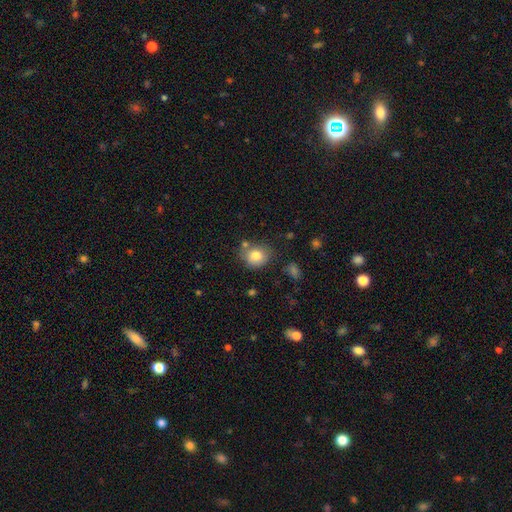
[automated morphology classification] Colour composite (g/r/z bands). It shows a smooth galaxy with no disk features (81%) that is round (70%). Merging: none (67%).